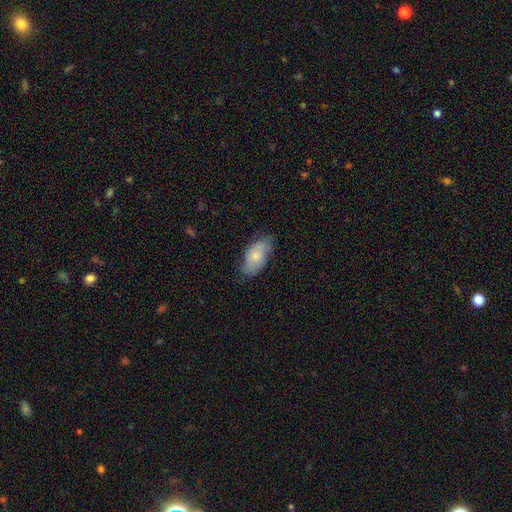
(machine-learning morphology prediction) smooth 74%, featured or disk 20%, star or artifact 6%. Down the decision tree: how rounded — in between (93%); merging — none (69%).